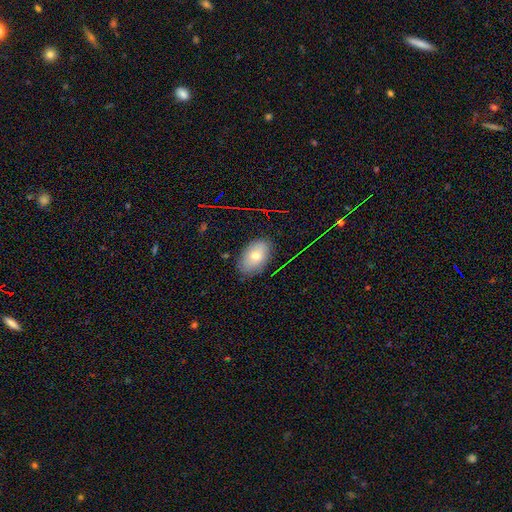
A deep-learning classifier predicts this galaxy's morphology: Smooth or featured? Predicted: smooth (p=0.68). How rounded? Predicted: in between (p=0.89). Merging? Predicted: none (p=0.80).